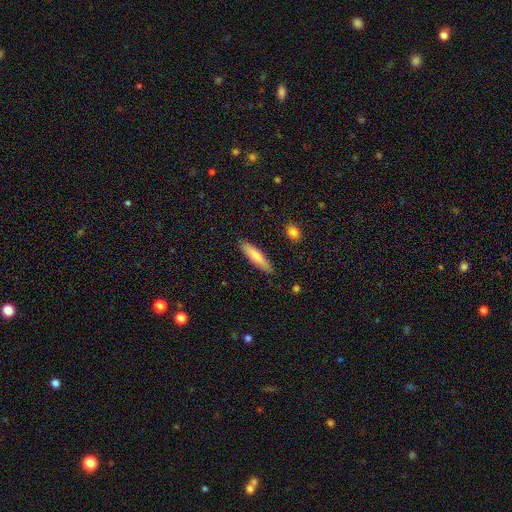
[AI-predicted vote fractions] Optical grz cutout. It shows a smooth galaxy with no disk features (76%) that is cigar-shaped (77%). Merging: none (86%).